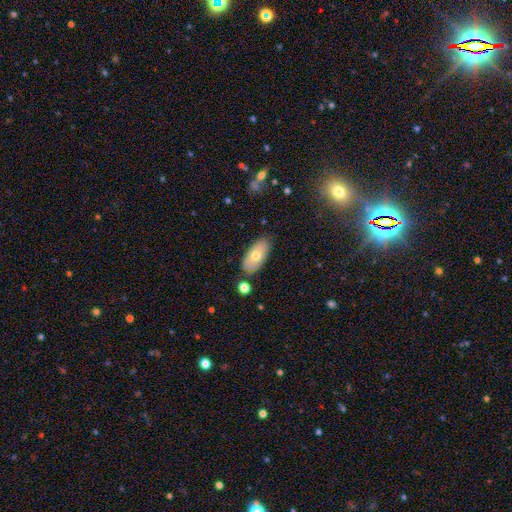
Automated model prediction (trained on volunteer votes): smooth 66%, featured or disk 27%, star or artifact 7%. Down the decision tree: how rounded — in between (91%); merging — none (79%).